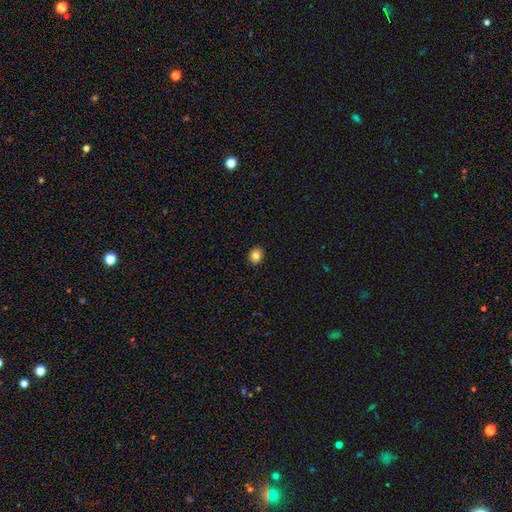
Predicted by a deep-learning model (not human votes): This is clearly a smooth galaxy (84%). How rounded: possibly round (59%). Merging: clearly none (91%).